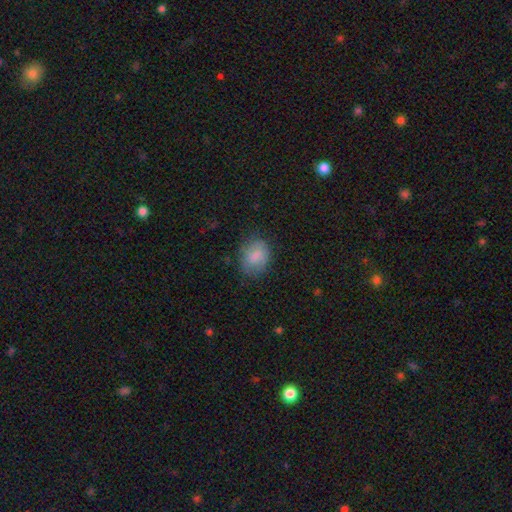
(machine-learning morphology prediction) smooth_or_featured: smooth (p=0.76) [alt: featured or disk p=0.16]
how_rounded: in between (p=0.59) [alt: round p=0.39]
merging: none (p=0.69) [alt: minor disturbance p=0.22]